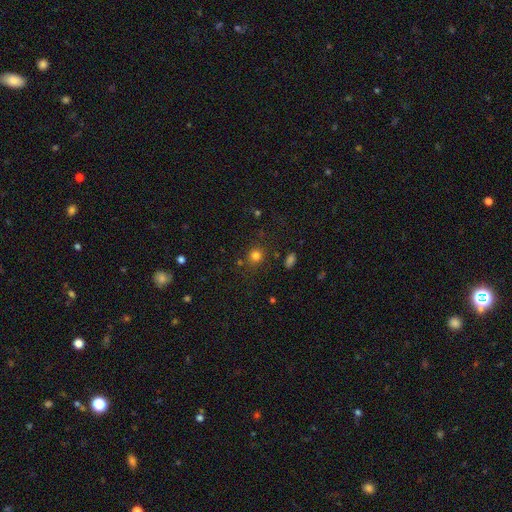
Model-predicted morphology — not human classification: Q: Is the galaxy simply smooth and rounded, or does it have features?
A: smooth — 77%.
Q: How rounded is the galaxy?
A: round — 84%.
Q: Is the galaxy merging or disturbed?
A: none — 80%.